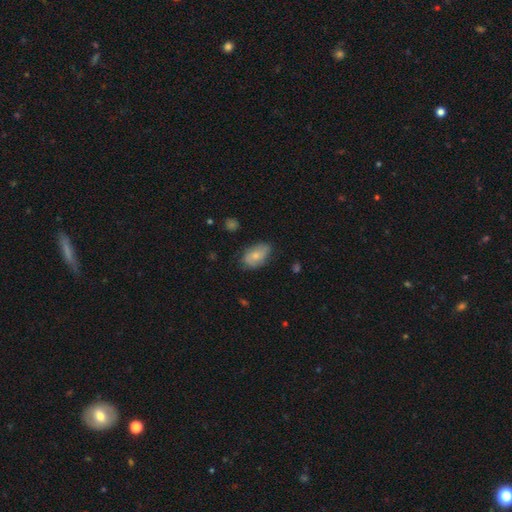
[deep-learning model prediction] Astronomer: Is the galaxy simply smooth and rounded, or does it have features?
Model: smooth — 72%.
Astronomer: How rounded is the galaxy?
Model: in between — 91%.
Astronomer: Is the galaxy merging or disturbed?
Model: none — 66%.